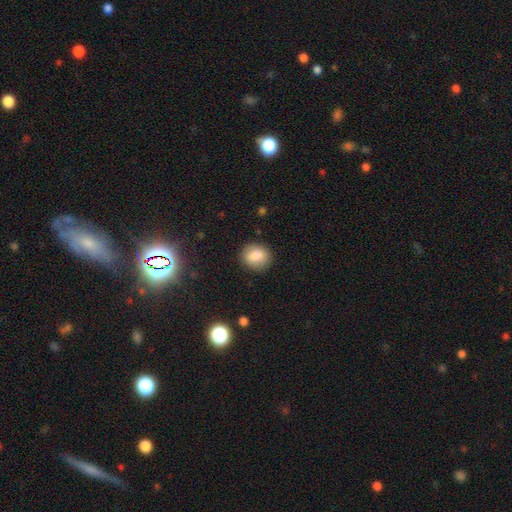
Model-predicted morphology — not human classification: Q: Smooth or featured?
A: smooth (81%); runner-up: featured or disk (10%)
Q: How rounded?
A: round (69%); runner-up: in between (30%)
Q: Merging?
A: none (86%); runner-up: minor disturbance (10%)